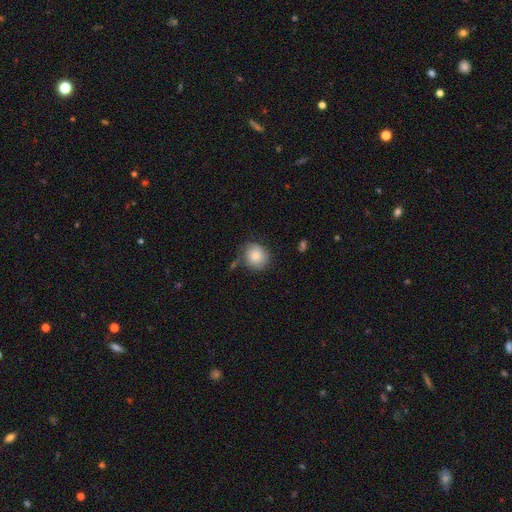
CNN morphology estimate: Overall: smooth (84%). How rounded: round (83%). Merging: none (71%).